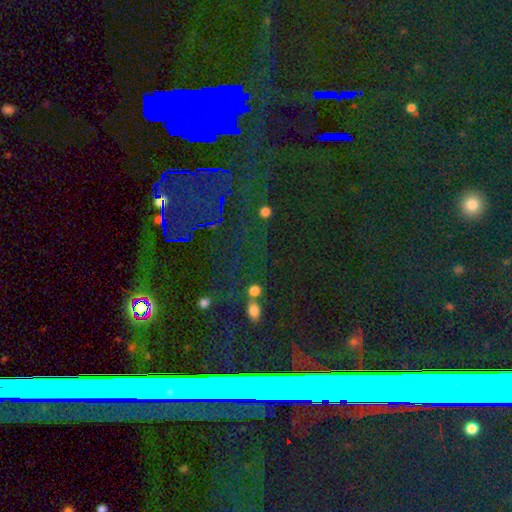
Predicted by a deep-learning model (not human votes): Smooth or featured?
  - star or artifact: 79% *
  - smooth: 11%
  - featured or disk: 11%